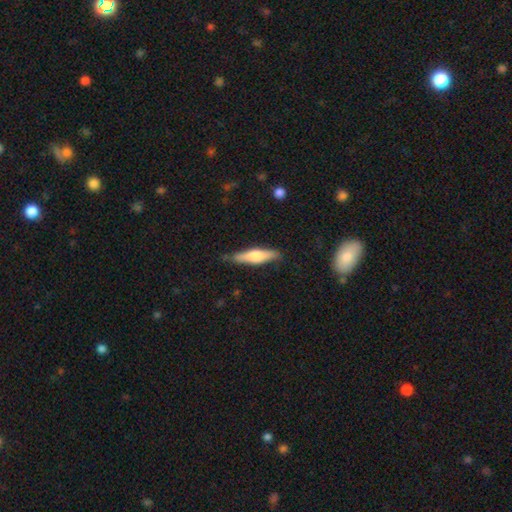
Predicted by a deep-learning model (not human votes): The model was most divided on "smooth or featured": smooth: 56%, featured or disk: 38%, star or artifact: 6%. More confident: merging — none (82%); how rounded — cigar-shaped (72%).